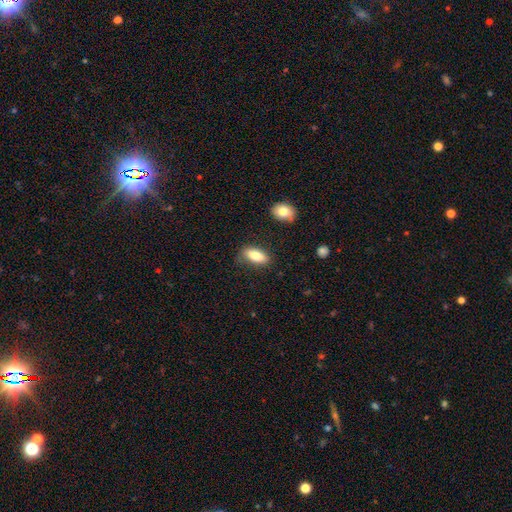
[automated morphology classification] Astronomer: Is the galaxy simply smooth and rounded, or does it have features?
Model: smooth — 84%.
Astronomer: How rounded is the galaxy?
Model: in between — 85%.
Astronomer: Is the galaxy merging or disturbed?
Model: none — 75%.